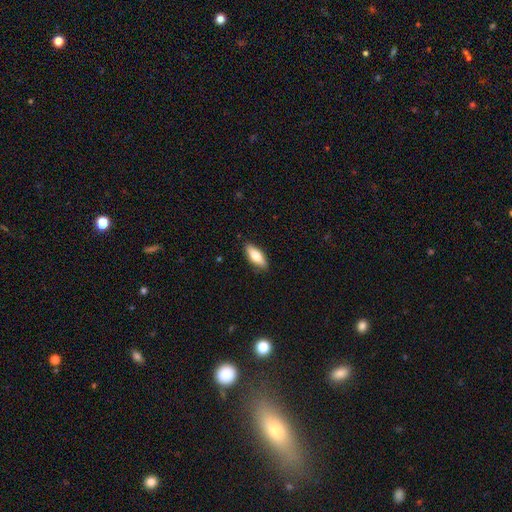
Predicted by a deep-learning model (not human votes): A smooth galaxy with no disk features (76%) that is in between round and cigar-shaped (71%).

Vote fractions:
- Smooth or featured? smooth: 76% / featured or disk: 18% / star or artifact: 6%
- How rounded? in between: 71% / cigar-shaped: 26% / round: 2%
- Merging? none: 87% / minor disturbance: 10% / major disturbance: 2% / merger: 1%